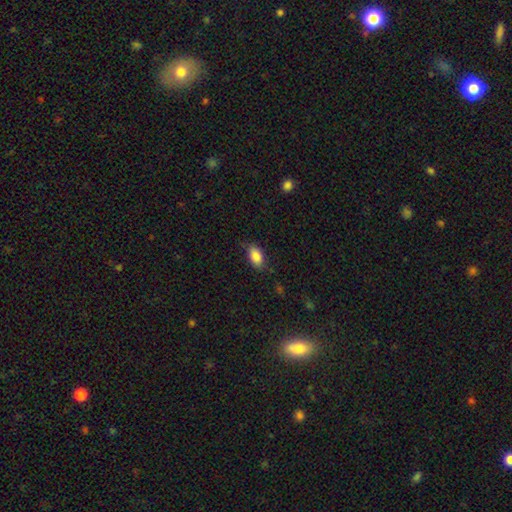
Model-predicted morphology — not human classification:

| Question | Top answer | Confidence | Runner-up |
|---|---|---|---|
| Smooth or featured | smooth | 86% | star or artifact (8%) |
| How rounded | in between | 91% | round (6%) |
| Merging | none | 76% | minor disturbance (19%) |